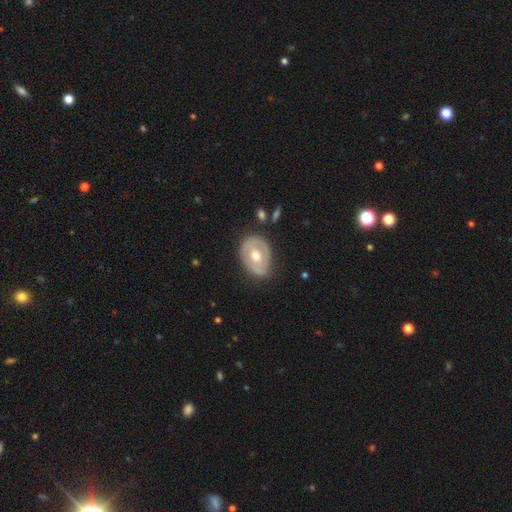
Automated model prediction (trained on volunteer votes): Morphology: type=featured or disk (57%); edge-on=no (94%); bar=no (71%); spiral arms=no (72%); bulge=moderate (78%); merging=none (72%).